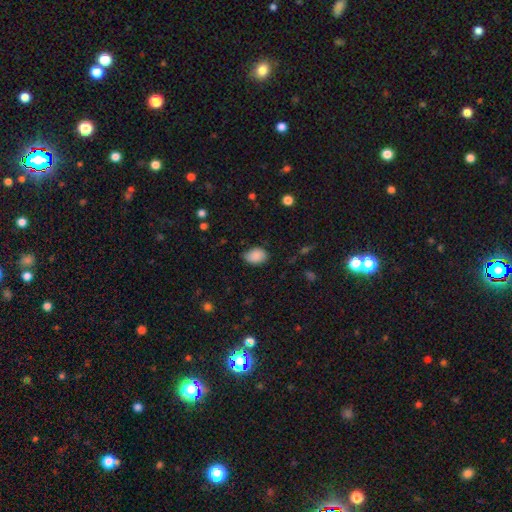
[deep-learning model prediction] Morphology: type=smooth (87%); roundness=in between (77%); merging=none (70%).